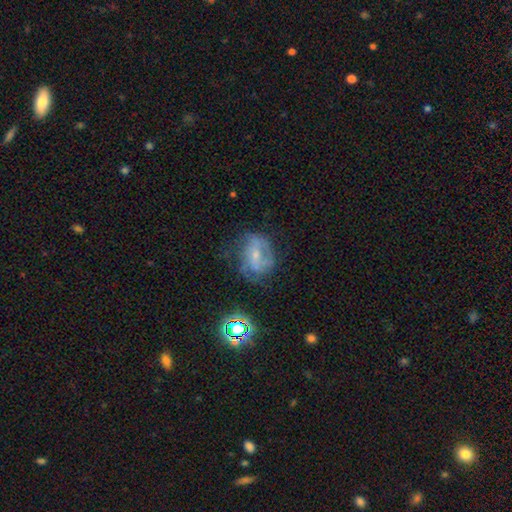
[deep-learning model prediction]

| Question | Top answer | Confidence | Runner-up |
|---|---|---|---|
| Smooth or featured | featured or disk | 62% | smooth (22%) |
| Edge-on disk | no | 97% | yes (3%) |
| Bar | no | 51% | weak (38%) |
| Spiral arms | yes | 74% | no (26%) |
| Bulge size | small | 64% | moderate (25%) |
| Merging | none | 50% | minor disturbance (24%) |